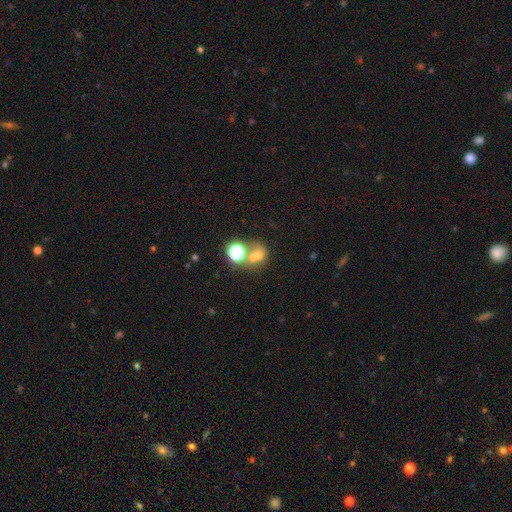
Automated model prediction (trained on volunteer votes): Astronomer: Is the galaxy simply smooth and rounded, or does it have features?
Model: smooth — 57%.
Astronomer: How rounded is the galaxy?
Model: round — 66%.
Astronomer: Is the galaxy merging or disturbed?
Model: merger — 53% (runner-up: none, 33%).